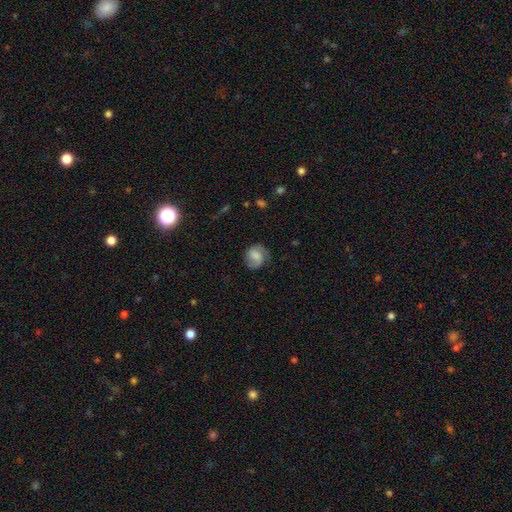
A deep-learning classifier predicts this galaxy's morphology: Smooth or featured? featured or disk (50%)
Merging? none (72%)